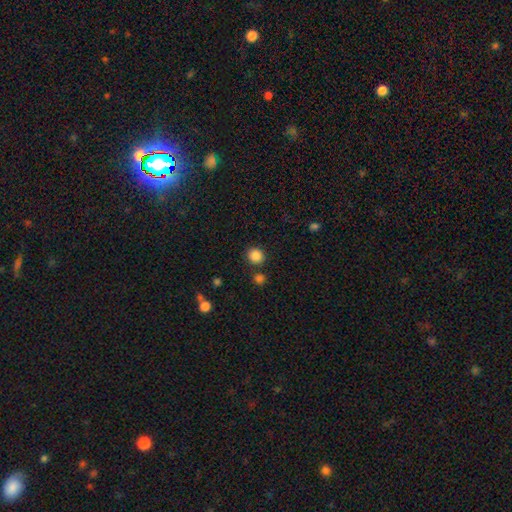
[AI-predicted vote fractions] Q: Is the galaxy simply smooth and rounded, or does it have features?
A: smooth — 86%.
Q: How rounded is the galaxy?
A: round — 82%.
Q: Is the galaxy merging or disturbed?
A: none — 84%.